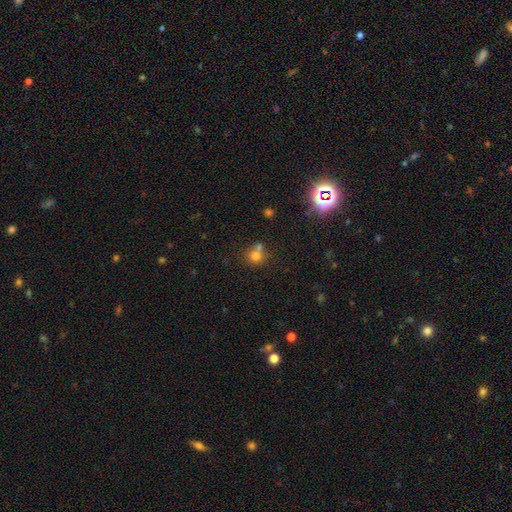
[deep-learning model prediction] A smooth galaxy with no disk features (72%) that is round (83%).

Vote fractions:
- Smooth or featured? smooth: 72% / star or artifact: 17% / featured or disk: 11%
- How rounded? round: 83% / in between: 16% / cigar-shaped: 1%
- Merging? none: 48% / merger: 39% / minor disturbance: 9% / major disturbance: 4%